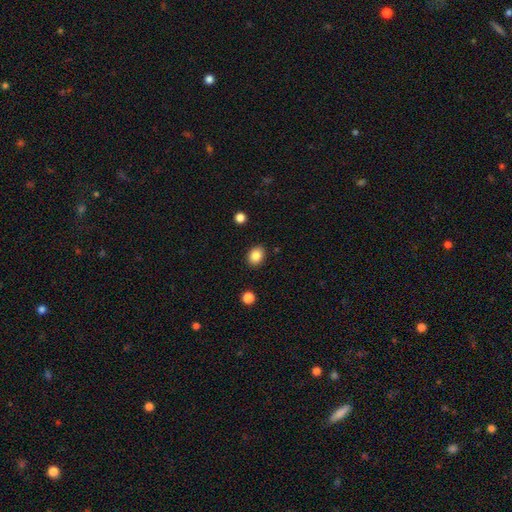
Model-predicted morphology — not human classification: Smooth or featured? smooth (86%)
How rounded? round (51%)
Merging? none (88%)